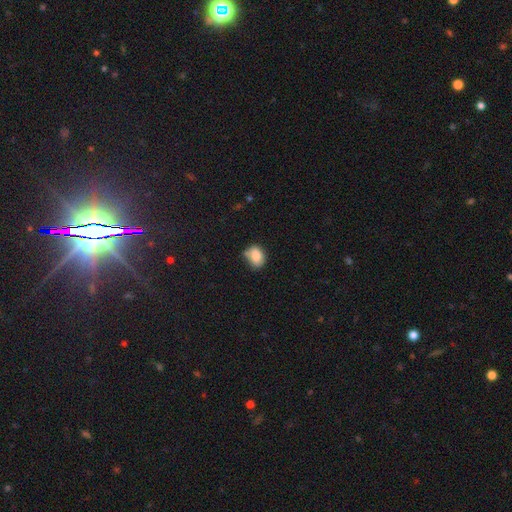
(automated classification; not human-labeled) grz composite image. It shows a smooth galaxy with no disk features (84%) that is in between round and cigar-shaped (62%). Merging: none (53%).